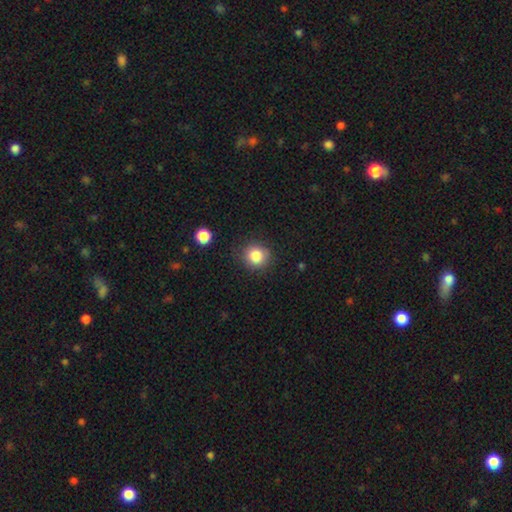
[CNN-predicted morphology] Overall: smooth (84%). How rounded: round (88%). Merging: none (85%).